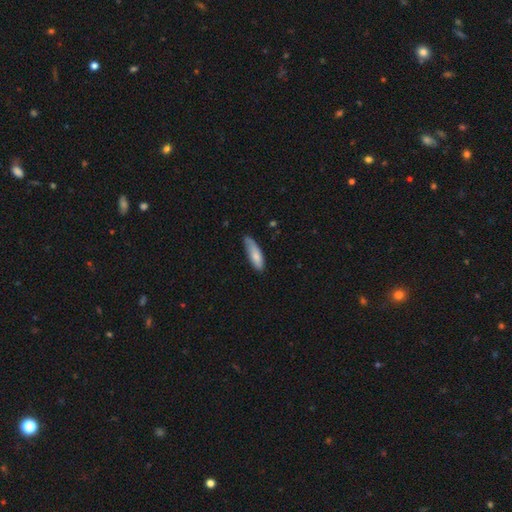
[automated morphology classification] Smooth or featured? Predicted: smooth (p=0.80). How rounded? Predicted: cigar-shaped (p=0.51). Merging? Predicted: none (p=0.60).